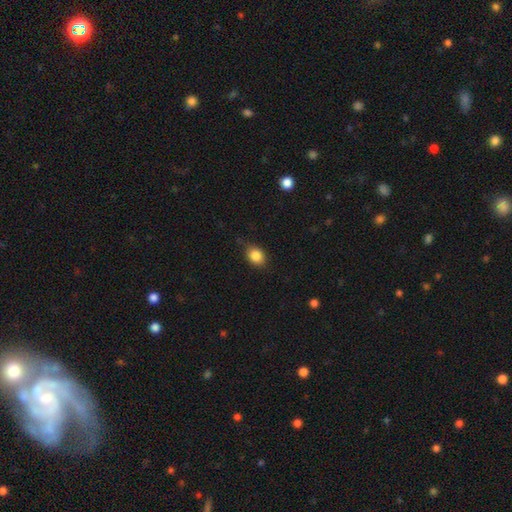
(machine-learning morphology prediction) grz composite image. It shows a smooth galaxy with no disk features (85%) that is in between round and cigar-shaped (59%). Merging: none (78%).